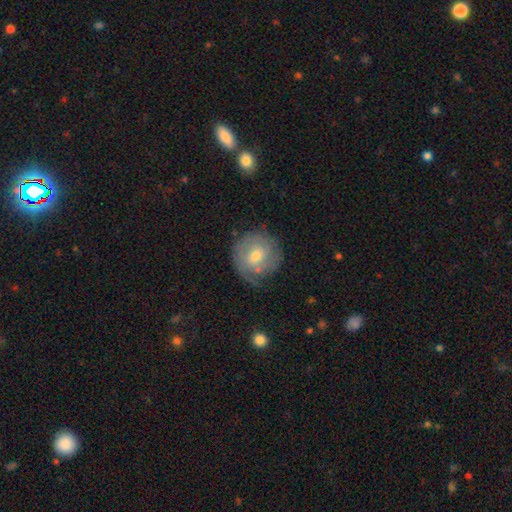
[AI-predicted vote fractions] Q: Smooth or featured?
A: featured or disk (55%); runner-up: smooth (38%)
Q: Edge-on disk?
A: no (96%); runner-up: yes (4%)
Q: Bar?
A: no (58%); runner-up: weak (36%)
Q: Spiral arms?
A: yes (76%); runner-up: no (24%)
Q: Bulge size?
A: moderate (58%); runner-up: small (37%)
Q: Merging?
A: none (66%); runner-up: minor disturbance (21%)